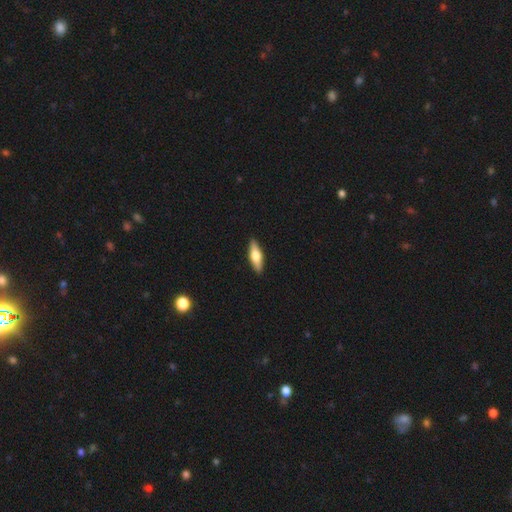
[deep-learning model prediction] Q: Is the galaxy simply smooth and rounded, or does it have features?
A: smooth — 54%.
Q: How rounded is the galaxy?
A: cigar-shaped — 54%.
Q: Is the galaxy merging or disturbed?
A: none — 91%.